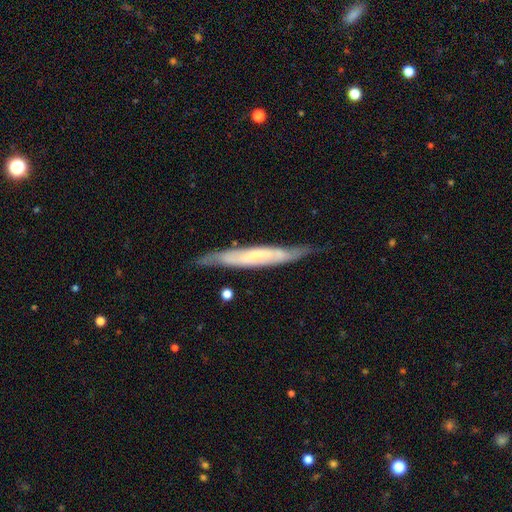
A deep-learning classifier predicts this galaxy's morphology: Smooth or featured: featured or disk — 62% (smooth — 32%)
Edge-on disk: yes — 68% (no — 32%)
Merging: none — 75% (minor disturbance — 19%)